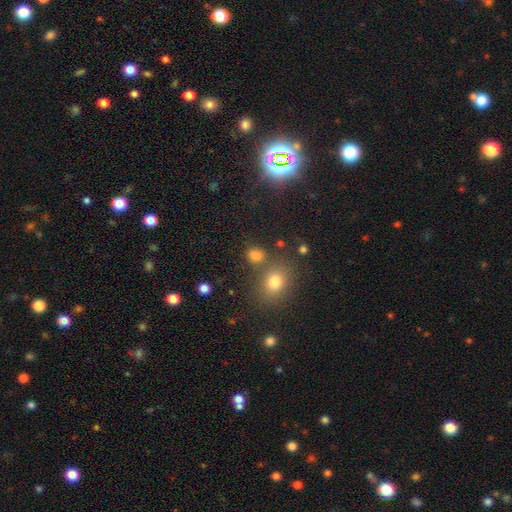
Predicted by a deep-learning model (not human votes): Morphology: type=smooth (73%); roundness=round (55%); merging=none (64%).